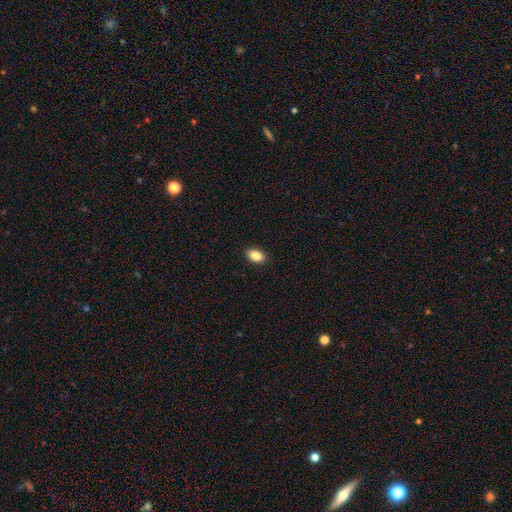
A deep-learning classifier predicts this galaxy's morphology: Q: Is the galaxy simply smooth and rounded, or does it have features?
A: smooth — 88%.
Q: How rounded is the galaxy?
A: in between — 86%.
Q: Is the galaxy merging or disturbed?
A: none — 90%.